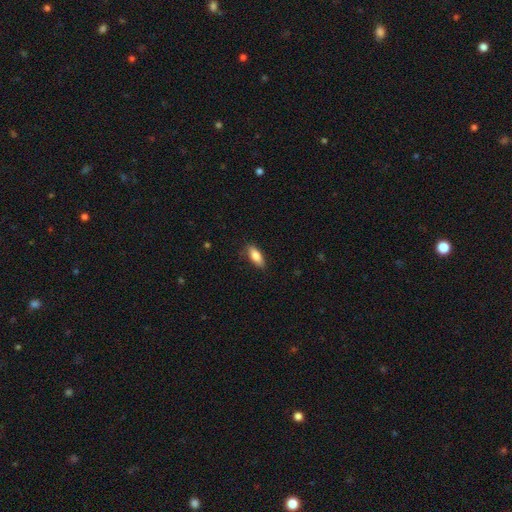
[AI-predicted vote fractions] Smooth or featured: smooth — 81% (featured or disk — 12%)
How rounded: in between — 76% (cigar-shaped — 22%)
Merging: none — 80% (minor disturbance — 16%)